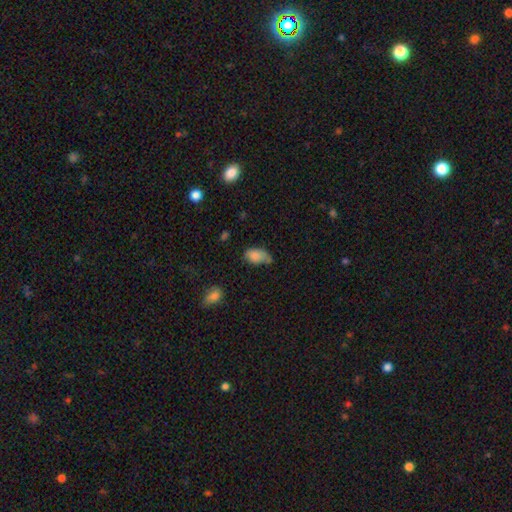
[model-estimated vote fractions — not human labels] The model was most divided on "merging": none: 44%, minor disturbance: 37%, major disturbance: 11%, merger: 8%. More confident: how rounded — in between (90%); smooth or featured — smooth (82%).